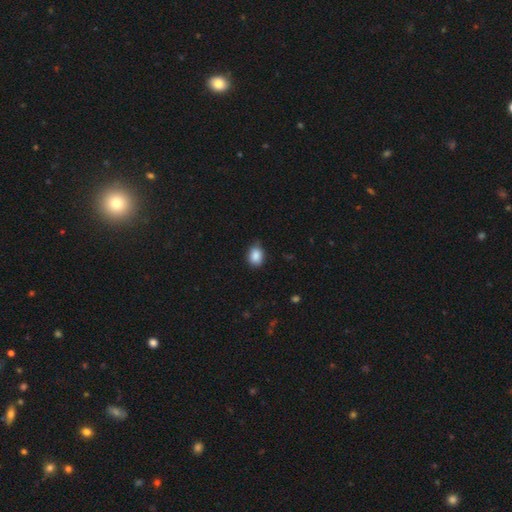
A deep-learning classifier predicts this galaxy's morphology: This is clearly a smooth galaxy (87%). How rounded: possibly in between (59%). Merging: likely none (69%).